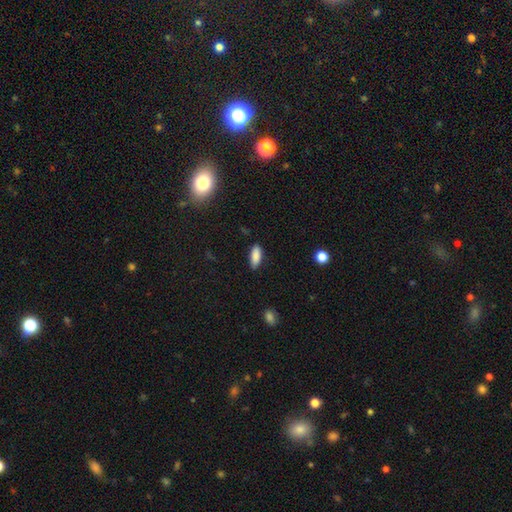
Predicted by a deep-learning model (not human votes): This is clearly a smooth galaxy (86%). How rounded: likely in between (75%). Merging: clearly none (85%).